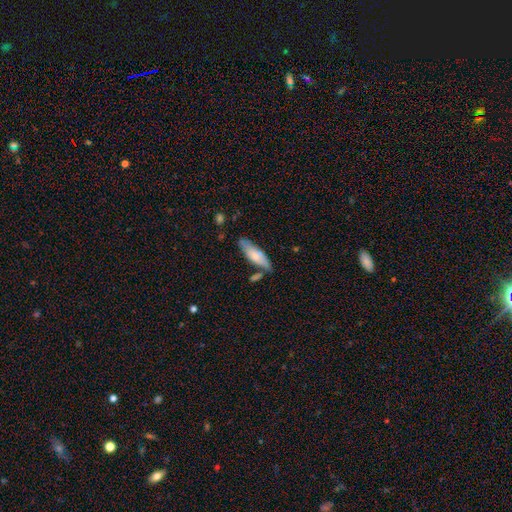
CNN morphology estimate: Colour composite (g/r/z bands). It shows a smooth galaxy with no disk features (69%) that is in between round and cigar-shaped (50%). Merging: none (62%).